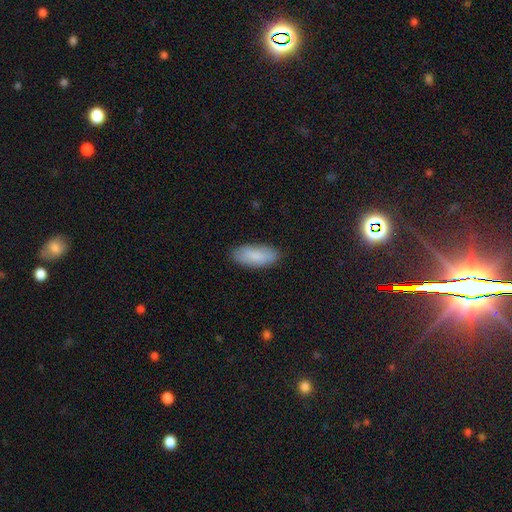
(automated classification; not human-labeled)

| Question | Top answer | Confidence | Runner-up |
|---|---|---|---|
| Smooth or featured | smooth | 85% | featured or disk (9%) |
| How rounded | in between | 82% | cigar-shaped (16%) |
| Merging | none | 85% | minor disturbance (12%) |